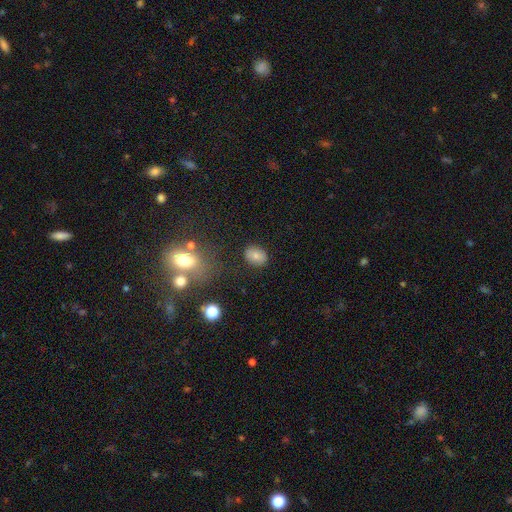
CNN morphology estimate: smooth 78%, star or artifact 12%, featured or disk 11%. Down the decision tree: how rounded — in between (68%); merging — none (83%).